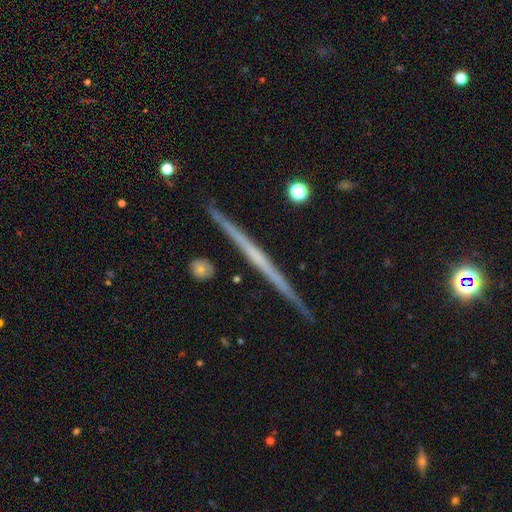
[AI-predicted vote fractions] The model was most divided on "smooth or featured": featured or disk: 70%, smooth: 23%, star or artifact: 6%. More confident: edge-on disk — yes (98%); merging — none (92%); edge-on bulge — none (87%).